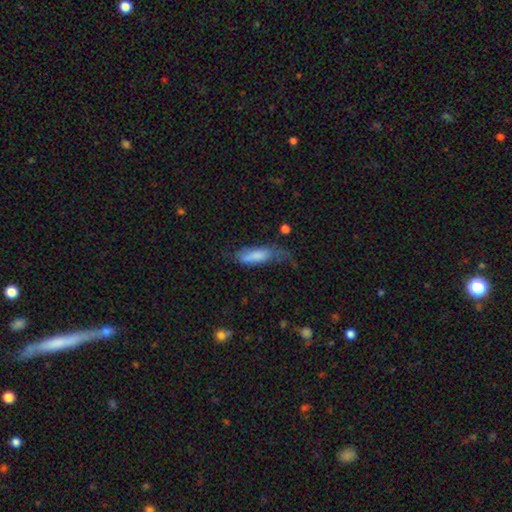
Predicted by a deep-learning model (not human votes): Smooth or featured: smooth — 77% (featured or disk — 17%)
How rounded: in between — 53% (cigar-shaped — 45%)
Merging: minor disturbance — 34% (tied with none — 34%)